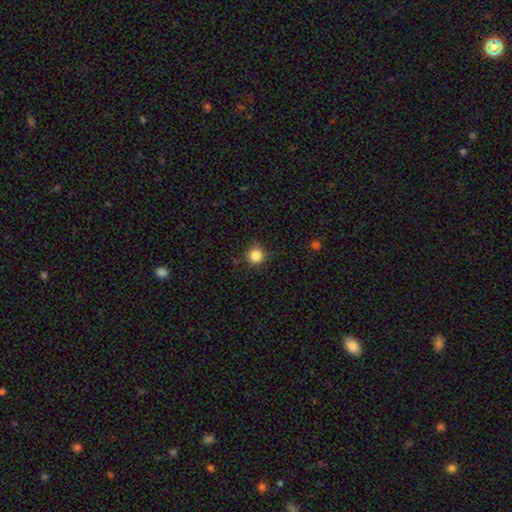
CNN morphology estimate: A smooth galaxy with no disk features (85%) that is round (94%). Merging: none (87%).